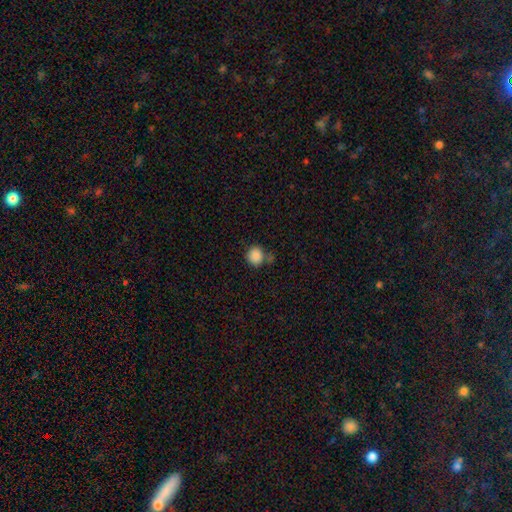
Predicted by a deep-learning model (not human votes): This appears to be a smooth galaxy with no disk features (88%) that is round (88%). Merging: none (68%).